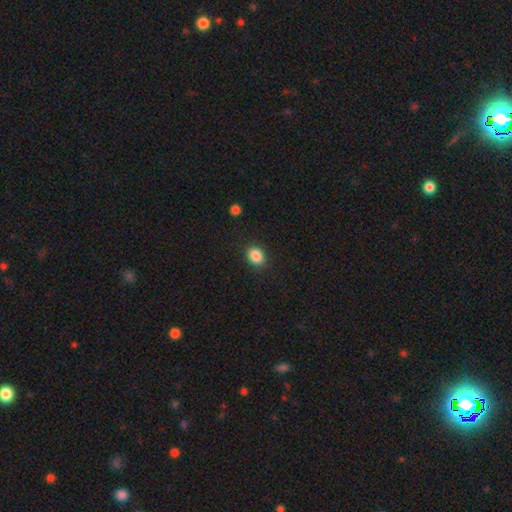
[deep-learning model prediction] A smooth galaxy with no disk features (87%) that is round (50%).

Vote fractions:
- Smooth or featured? smooth: 87% / star or artifact: 9% / featured or disk: 4%
- How rounded? round: 50% / in between: 49% / cigar-shaped: 1%
- Merging? none: 89% / minor disturbance: 8% / major disturbance: 2% / merger: 1%